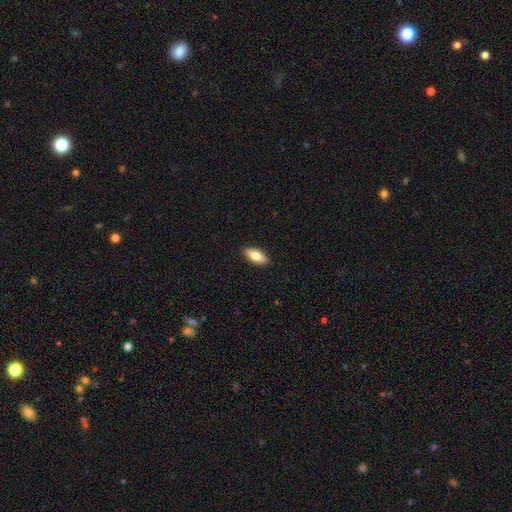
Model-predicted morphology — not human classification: A smooth galaxy with no disk features (77%) that is in between round and cigar-shaped (76%).

Vote fractions:
- Smooth or featured? smooth: 77% / featured or disk: 17% / star or artifact: 6%
- How rounded? in between: 76% / cigar-shaped: 22% / round: 2%
- Merging? none: 90% / minor disturbance: 7% / major disturbance: 2% / merger: 1%